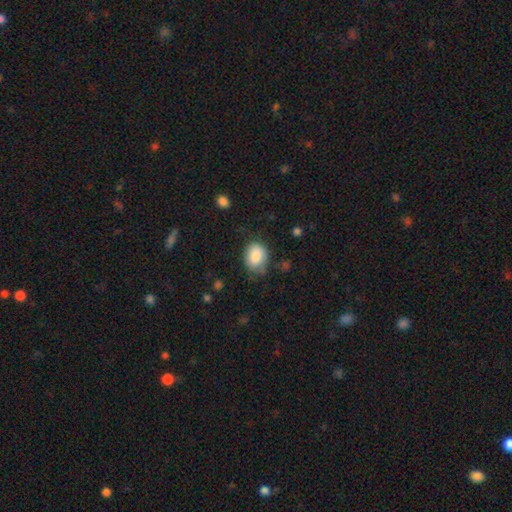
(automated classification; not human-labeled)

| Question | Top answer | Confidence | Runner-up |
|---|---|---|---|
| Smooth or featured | smooth | 86% | star or artifact (7%) |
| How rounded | in between | 62% | round (37%) |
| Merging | none | 61% | minor disturbance (28%) |